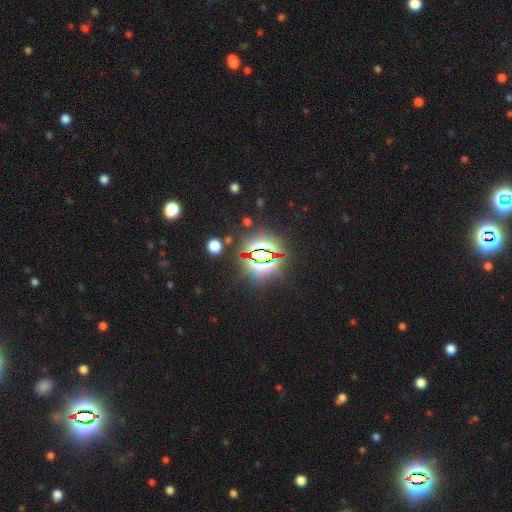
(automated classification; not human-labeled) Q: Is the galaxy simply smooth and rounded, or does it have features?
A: star or artifact — 85%.